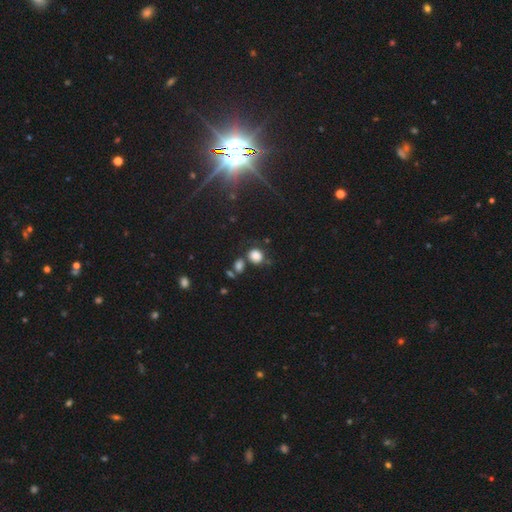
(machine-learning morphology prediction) A smooth galaxy with no disk features (82%) that is round (70%).

Vote fractions:
- Smooth or featured? smooth: 82% / star or artifact: 13% / featured or disk: 5%
- How rounded? round: 70% / in between: 28% / cigar-shaped: 1%
- Merging? none: 63% / minor disturbance: 16% / merger: 15% / major disturbance: 7%